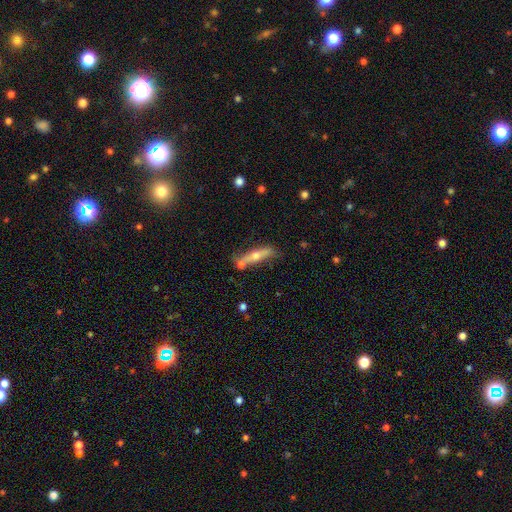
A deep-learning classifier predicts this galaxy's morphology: Q: Smooth or featured?
A: featured or disk (47%); runner-up: smooth (46%)
Q: Merging?
A: none (59%); runner-up: merger (18%)